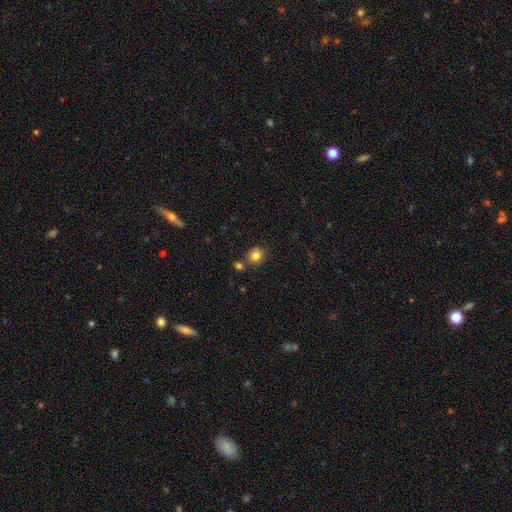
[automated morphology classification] smooth_or_featured: smooth (p=0.81) [alt: star or artifact p=0.11]
how_rounded: round (p=0.85) [alt: in between p=0.14]
merging: none (p=0.75) [alt: merger p=0.11]